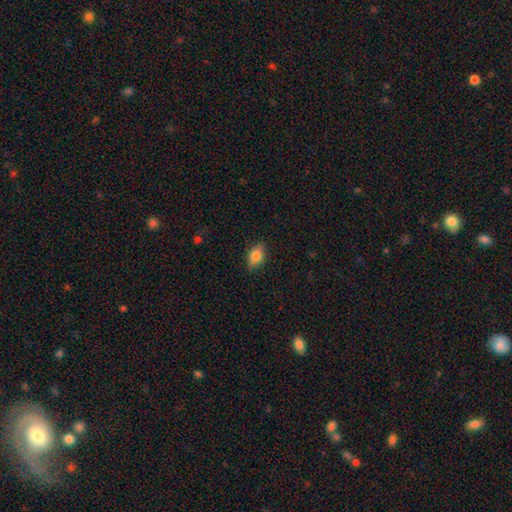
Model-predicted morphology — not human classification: smooth-or-featured: smooth: 74% | featured or disk: 17% | star or artifact: 9%
  how-rounded: in between: 83% | round: 11% | cigar-shaped: 6%
  merging: none: 83% | minor disturbance: 13% | major disturbance: 3% | merger: 1%